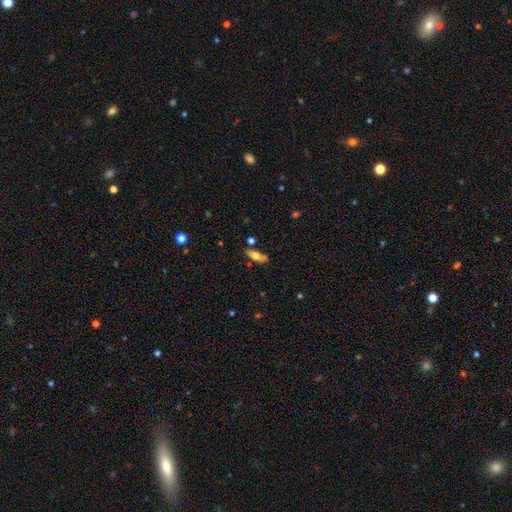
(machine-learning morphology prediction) smooth-or-featured: smooth: 61% | featured or disk: 32% | star or artifact: 7%
  how-rounded: in between: 64% | cigar-shaped: 32% | round: 3%
  merging: none: 68% | minor disturbance: 21% | merger: 6% | major disturbance: 6%